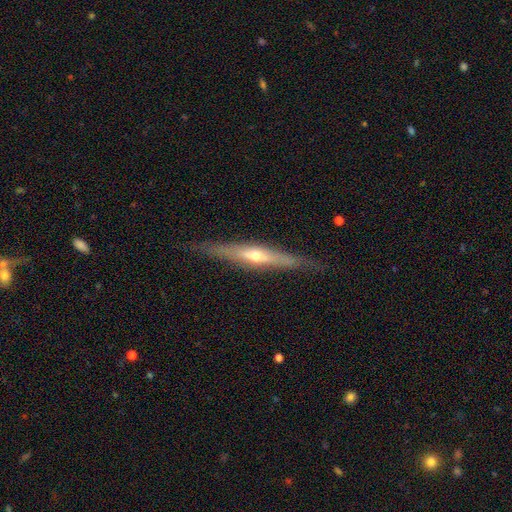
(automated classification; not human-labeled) Smooth or featured? Predicted: featured or disk (p=0.73). Edge-on disk? Predicted: yes (p=0.94). Edge-on bulge? Predicted: rounded (p=0.81). Merging? Predicted: none (p=0.86).